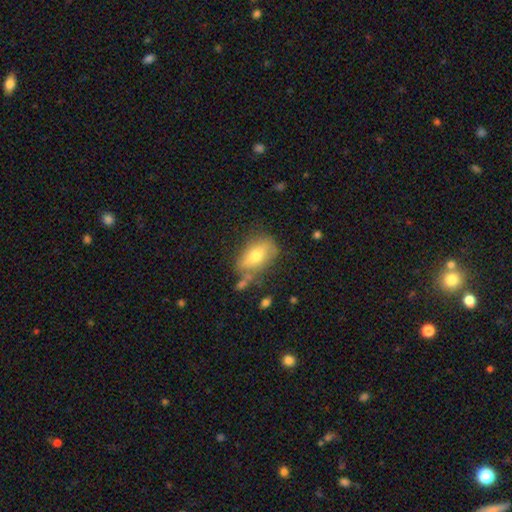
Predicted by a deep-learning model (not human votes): This is likely a smooth galaxy (64%). How rounded: clearly in between (87%). Merging: possibly none (60%).